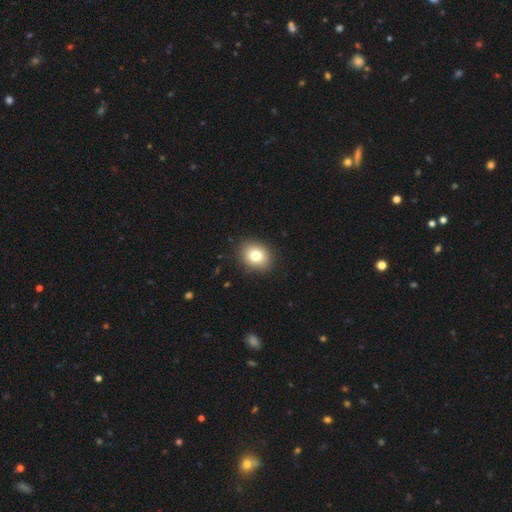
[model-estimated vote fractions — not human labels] Smooth or featured?
  - smooth: 79% *
  - featured or disk: 11%
  - star or artifact: 10%
How rounded?
  - round: 57% *
  - in between: 42%
  - cigar-shaped: 1%
Merging?
  - none: 89% *
  - minor disturbance: 8%
  - major disturbance: 2%
  - merger: 1%